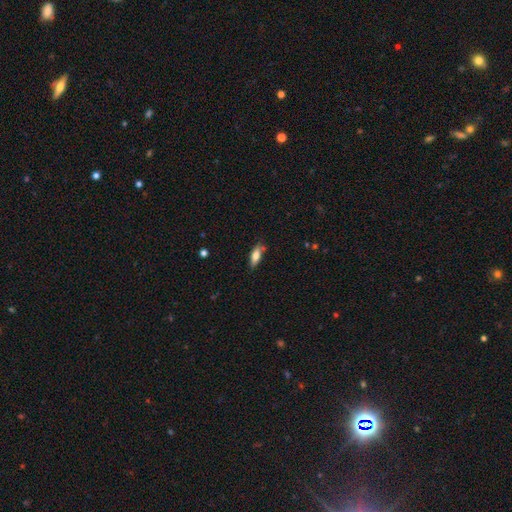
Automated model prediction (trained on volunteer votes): A smooth galaxy with no disk features (72%) that is in between round and cigar-shaped (67%). Merging: none (72%).